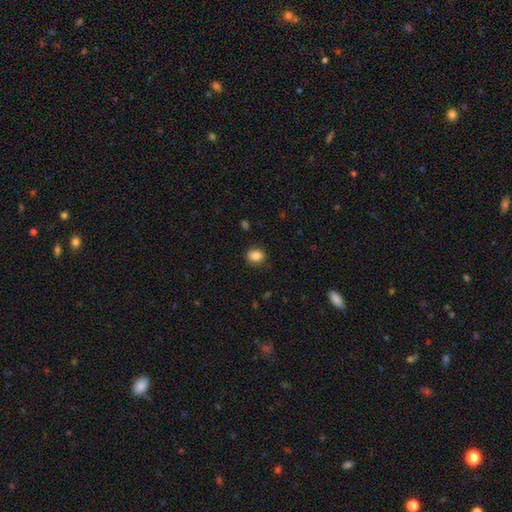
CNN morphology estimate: Smooth or featured? Predicted: smooth (p=0.86). How rounded? Predicted: round (p=0.56). Merging? Predicted: none (p=0.84).